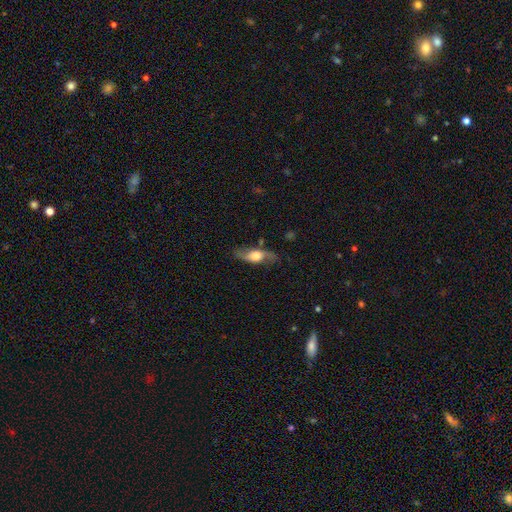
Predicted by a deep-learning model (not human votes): This is possibly a featured or disk galaxy (56%). It is possibly not viewed edge-on (58%). Merging: likely none (73%).